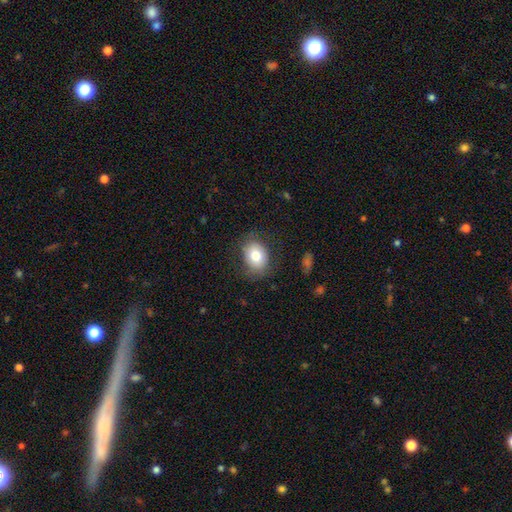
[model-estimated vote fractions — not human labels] This appears to be a smooth galaxy with no disk features (78%) that is in between round and cigar-shaped (60%). Merging: none (77%).